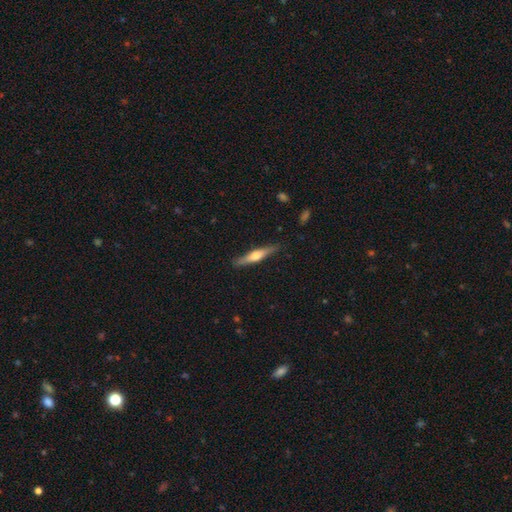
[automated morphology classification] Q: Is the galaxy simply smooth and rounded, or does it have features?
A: featured or disk — 56%.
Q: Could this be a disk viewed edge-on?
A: yes — 96%.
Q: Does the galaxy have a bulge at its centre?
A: rounded — 89%.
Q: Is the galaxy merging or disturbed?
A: none — 88%.